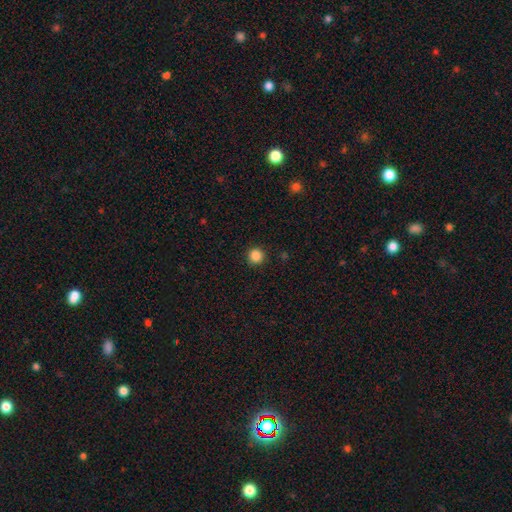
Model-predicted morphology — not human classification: Smooth or featured?
  - smooth: 86% *
  - star or artifact: 11%
  - featured or disk: 3%
How rounded?
  - round: 95% *
  - in between: 4%
  - cigar-shaped: 1%
Merging?
  - none: 93% *
  - minor disturbance: 5%
  - major disturbance: 2%
  - merger: 1%